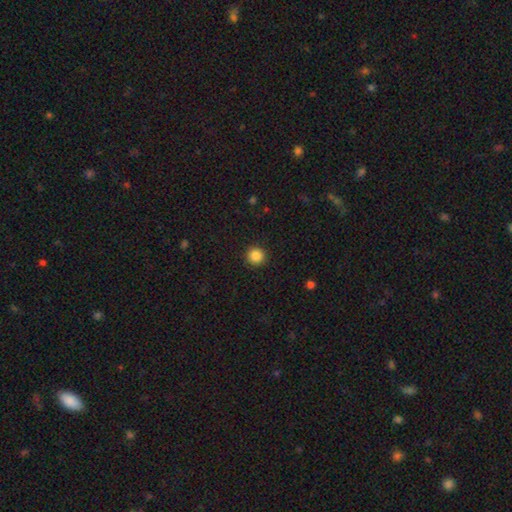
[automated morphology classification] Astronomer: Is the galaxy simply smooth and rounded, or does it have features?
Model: smooth — 86%.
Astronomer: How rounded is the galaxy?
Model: round — 95%.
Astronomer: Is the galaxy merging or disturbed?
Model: none — 93%.